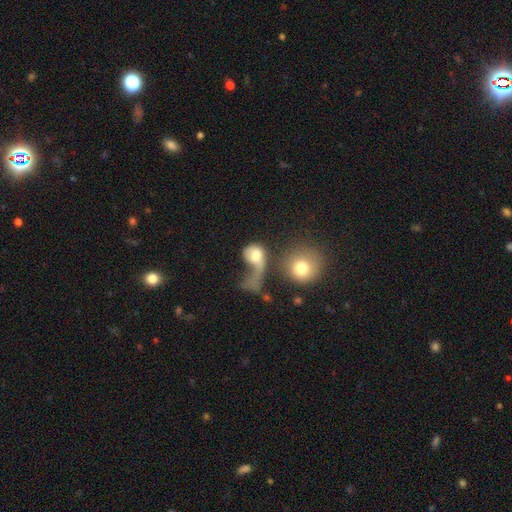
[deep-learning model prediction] smooth_or_featured: smooth (p=0.55) [alt: featured or disk p=0.36]
how_rounded: round (p=0.60) [alt: in between p=0.37]
merging: major disturbance (p=0.50) [alt: merger p=0.28]